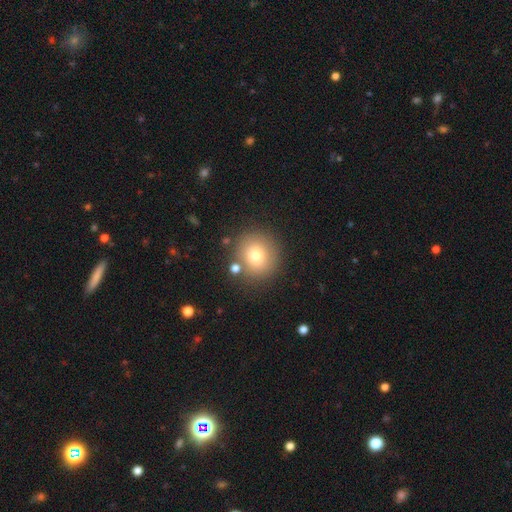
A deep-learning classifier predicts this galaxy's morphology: This appears to be a smooth galaxy with no disk features (76%) that is round (89%). Merging: none (80%).